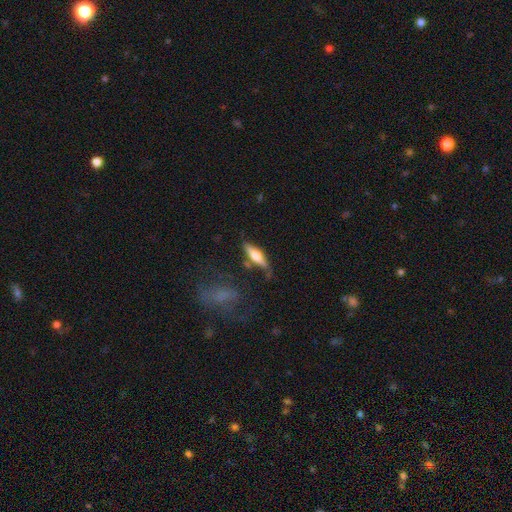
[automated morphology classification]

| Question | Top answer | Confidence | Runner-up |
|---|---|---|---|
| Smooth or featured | featured or disk | 52% | smooth (42%) |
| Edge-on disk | yes | 91% | no (9%) |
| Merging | none | 71% | minor disturbance (18%) |